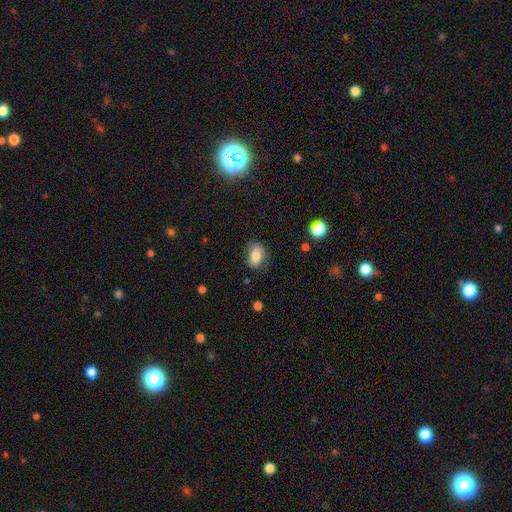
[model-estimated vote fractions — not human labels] This appears to be a smooth galaxy with no disk features (80%) that is in between round and cigar-shaped (83%). Merging: none (74%).